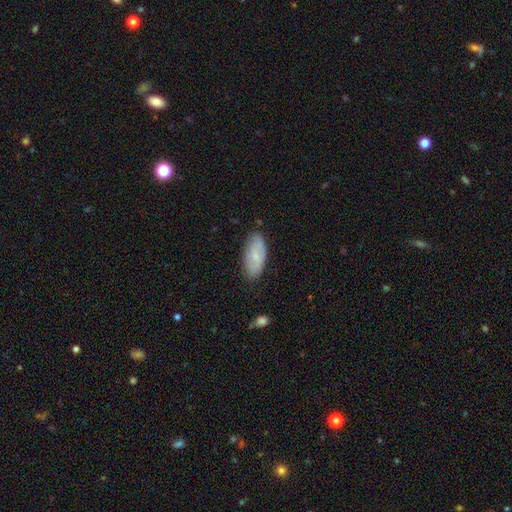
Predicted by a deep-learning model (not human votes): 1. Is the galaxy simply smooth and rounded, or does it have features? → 68% smooth, 26% featured or disk, 6% star or artifact.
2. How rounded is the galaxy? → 90% in between, 8% cigar-shaped, 2% round.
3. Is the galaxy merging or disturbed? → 79% none, 17% minor disturbance, 3% major disturbance, 1% merger.